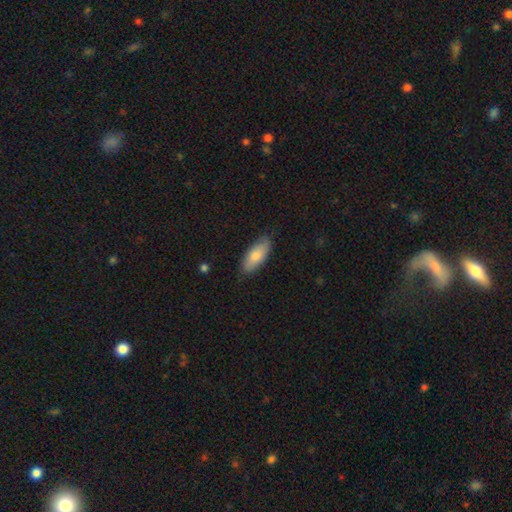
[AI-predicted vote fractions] Q: Smooth or featured?
A: smooth (77%); runner-up: featured or disk (17%)
Q: How rounded?
A: in between (80%); runner-up: cigar-shaped (18%)
Q: Merging?
A: none (85%); runner-up: minor disturbance (12%)